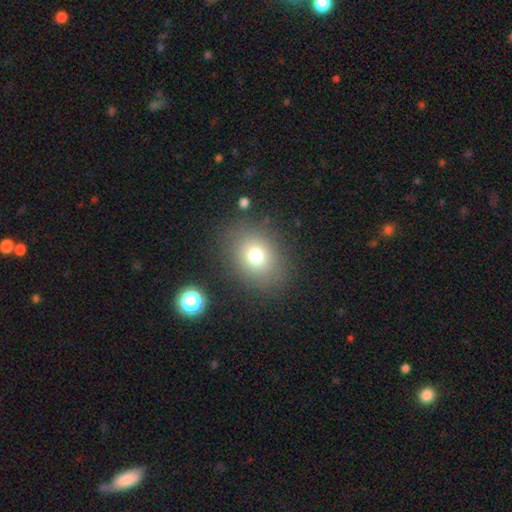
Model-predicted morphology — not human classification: Overall: smooth (74%). How rounded: round (53%; in between 46%). Merging: none (83%).